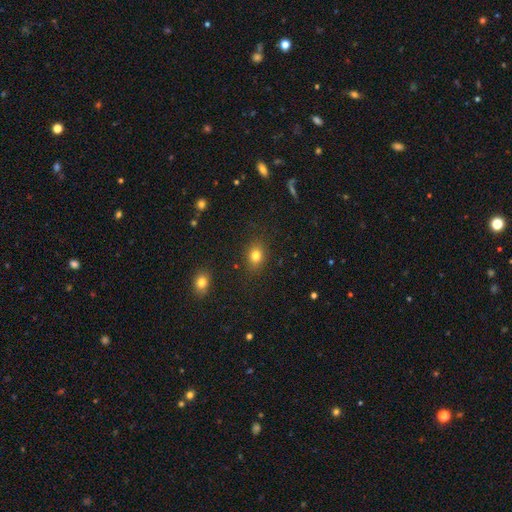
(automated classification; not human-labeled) Smooth or featured: smooth — 79% (star or artifact — 13%)
How rounded: in between — 51% (round — 48%)
Merging: none — 85% (minor disturbance — 10%)